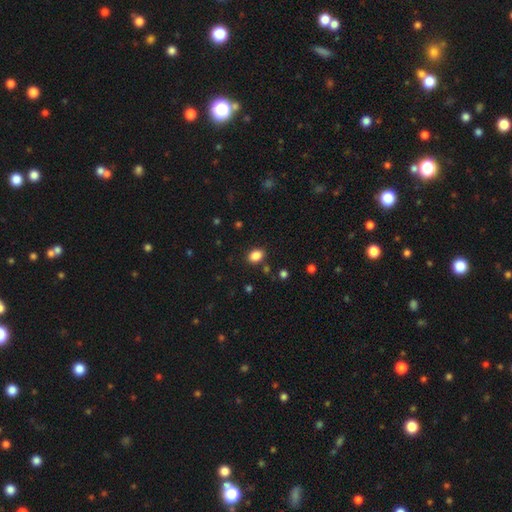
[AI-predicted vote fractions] Smooth or featured: smooth — 87% (star or artifact — 10%)
How rounded: in between — 71% (round — 28%)
Merging: none — 85% (minor disturbance — 10%)